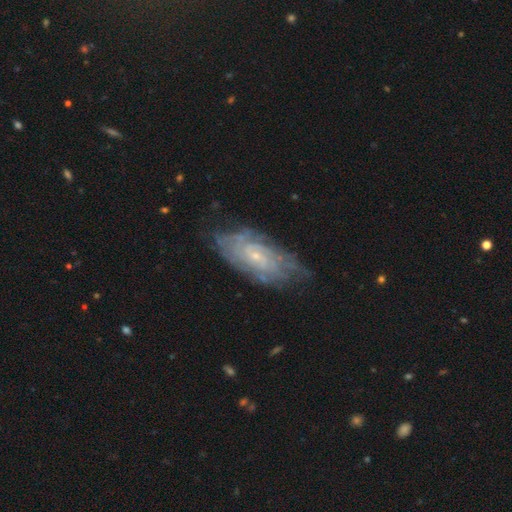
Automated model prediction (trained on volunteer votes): Q: Smooth or featured?
A: featured or disk (75%); runner-up: smooth (18%)
Q: Edge-on disk?
A: no (91%); runner-up: yes (9%)
Q: Bar?
A: no (64%); runner-up: weak (31%)
Q: Spiral arms?
A: yes (86%); runner-up: no (14%)
Q: Spiral winding?
A: tight (68%); runner-up: medium (25%)
Q: Spiral arm count?
A: can't tell (61%); runner-up: 2 (12%)
Q: Bulge size?
A: small (77%); runner-up: moderate (17%)
Q: Merging?
A: none (68%); runner-up: minor disturbance (23%)